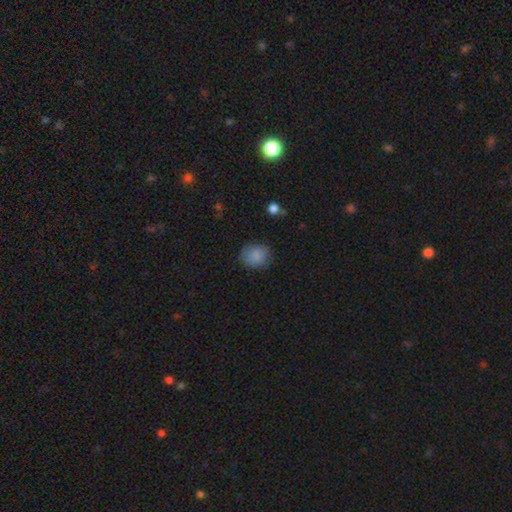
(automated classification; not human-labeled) Overall: smooth (83%). How rounded: round (67%; in between 32%). Merging: none (77%).